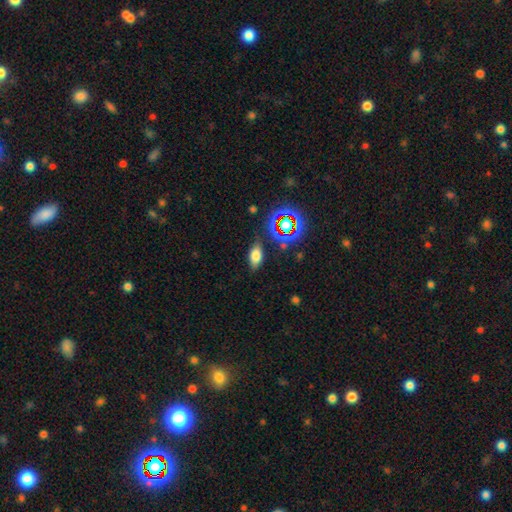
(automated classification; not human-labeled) A smooth galaxy with no disk features (68%) that is in between round and cigar-shaped (87%).

Vote fractions:
- Smooth or featured? smooth: 68% / star or artifact: 19% / featured or disk: 13%
- How rounded? in between: 87% / round: 8% / cigar-shaped: 6%
- Merging? none: 79% / minor disturbance: 14% / major disturbance: 4% / merger: 3%